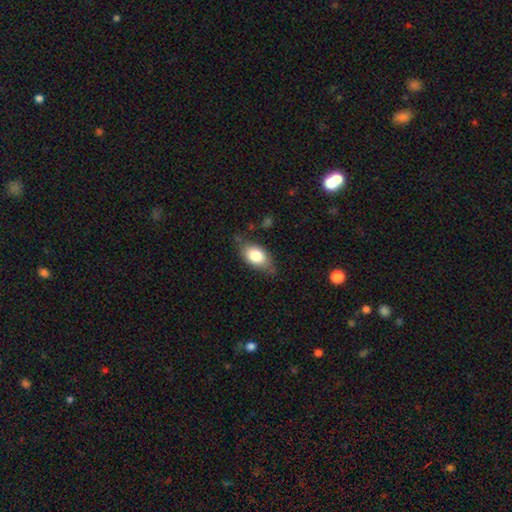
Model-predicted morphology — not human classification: Smooth or featured?
  - smooth: 77% *
  - featured or disk: 17%
  - star or artifact: 7%
How rounded?
  - in between: 88% *
  - round: 8%
  - cigar-shaped: 4%
Merging?
  - none: 67% *
  - minor disturbance: 25%
  - major disturbance: 6%
  - merger: 2%